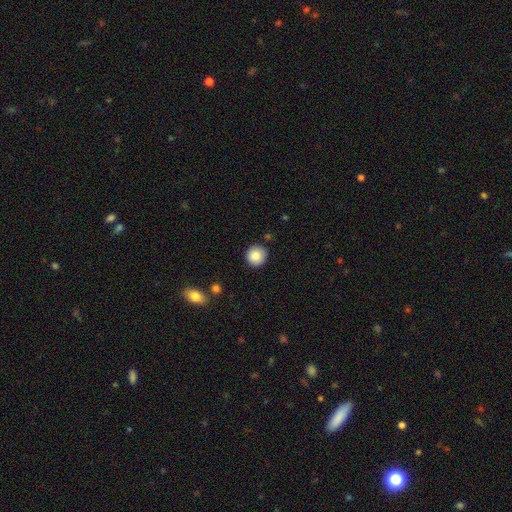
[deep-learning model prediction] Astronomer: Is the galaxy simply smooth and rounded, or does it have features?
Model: smooth — 86%.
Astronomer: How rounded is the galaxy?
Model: round — 91%.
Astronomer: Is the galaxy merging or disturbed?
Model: none — 89%.